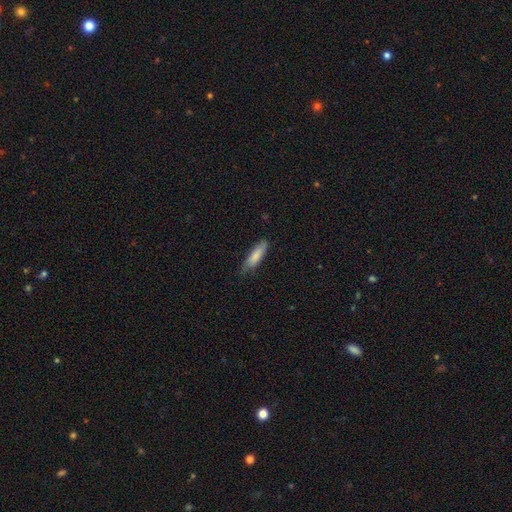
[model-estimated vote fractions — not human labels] Smooth or featured: smooth — 81% (featured or disk — 13%)
How rounded: cigar-shaped — 61% (in between — 38%)
Merging: none — 69% (minor disturbance — 25%)